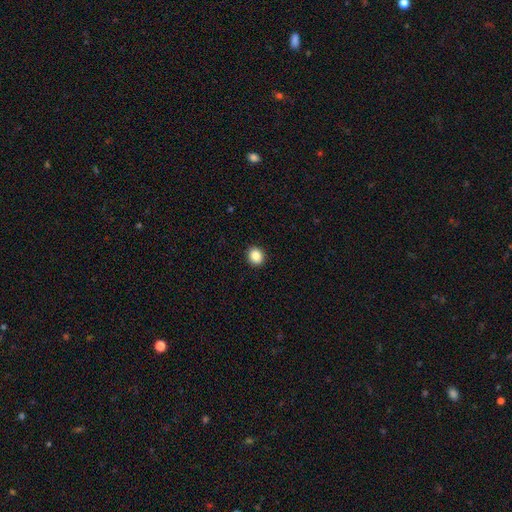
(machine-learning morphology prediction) type=smooth (86%); roundness=round (75%); merging=none (92%).